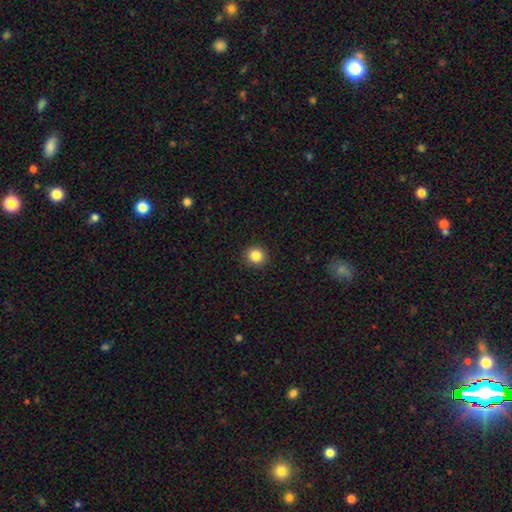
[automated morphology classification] smooth_or_featured: smooth (p=0.85) [alt: star or artifact p=0.11]
how_rounded: round (p=0.91) [alt: in between p=0.08]
merging: none (p=0.92) [alt: minor disturbance p=0.06]